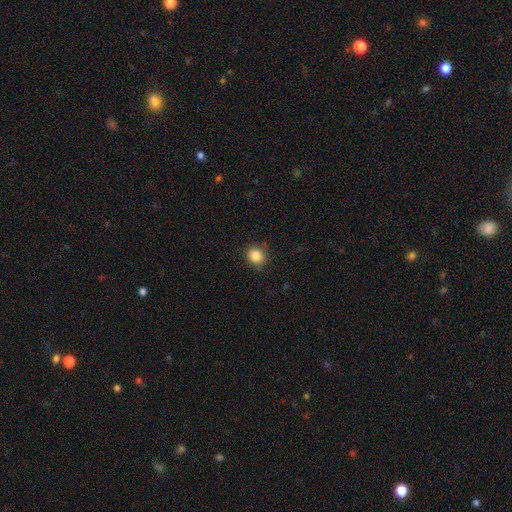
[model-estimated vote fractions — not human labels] Smooth or featured? Predicted: smooth (p=0.85). How rounded? Predicted: round (p=0.74). Merging? Predicted: none (p=0.86).